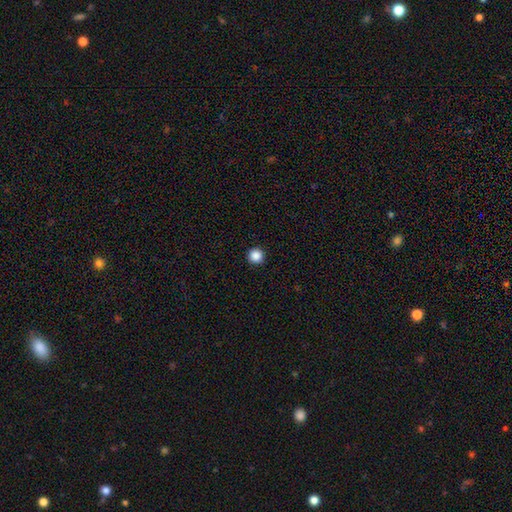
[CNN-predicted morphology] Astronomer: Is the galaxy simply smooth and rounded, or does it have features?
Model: smooth — 87%.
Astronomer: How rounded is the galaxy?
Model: round — 97%.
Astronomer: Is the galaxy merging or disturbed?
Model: none — 94%.